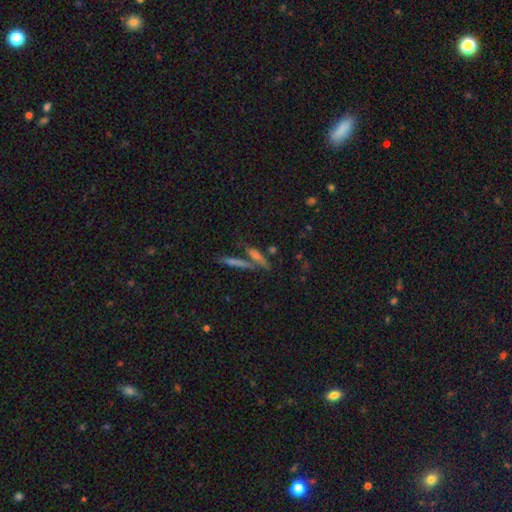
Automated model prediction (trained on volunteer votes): Morphology: type=smooth (41%); merging=none (56%).